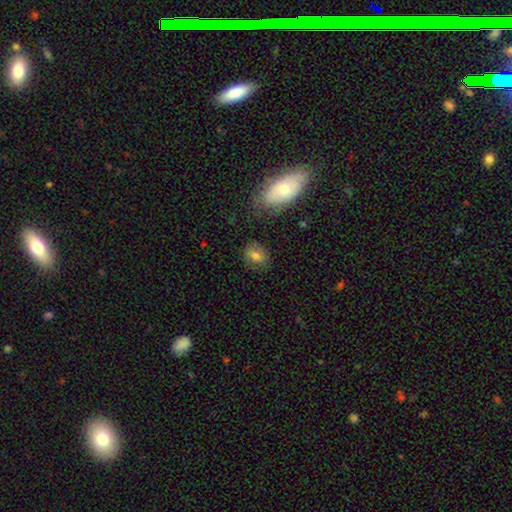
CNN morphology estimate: Smooth or featured: smooth — 78% (featured or disk — 12%)
How rounded: in between — 54% (round — 45%)
Merging: none — 75% (minor disturbance — 17%)